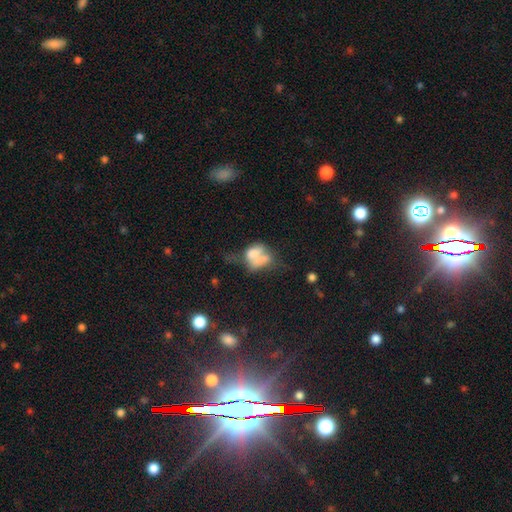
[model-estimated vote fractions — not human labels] Smooth or featured: smooth — 59% (featured or disk — 28%)
How rounded: in between — 69% (round — 28%)
Merging: merger — 49% (major disturbance — 20%)